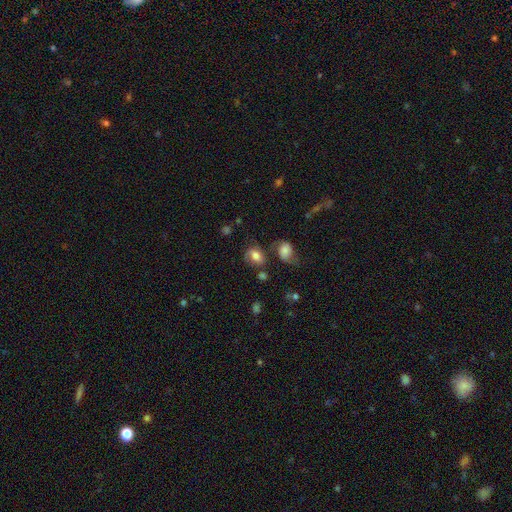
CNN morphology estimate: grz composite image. It shows a smooth galaxy with no disk features (62%) that is in between round and cigar-shaped (64%). Merging: none (54%).